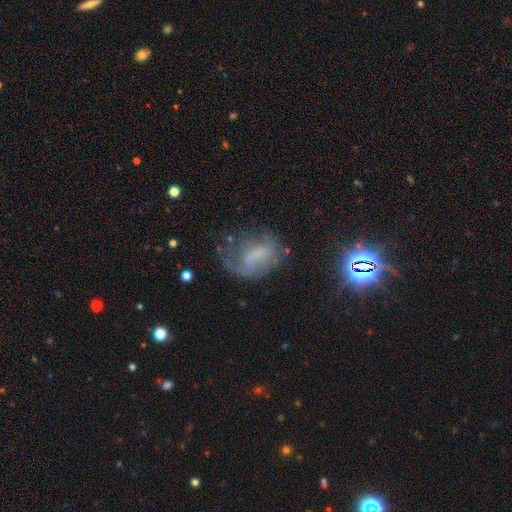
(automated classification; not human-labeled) The model was most divided on "merging": none: 39%, major disturbance: 33%, minor disturbance: 25%, merger: 3%. Remaining: smooth or featured — featured or disk (44%).